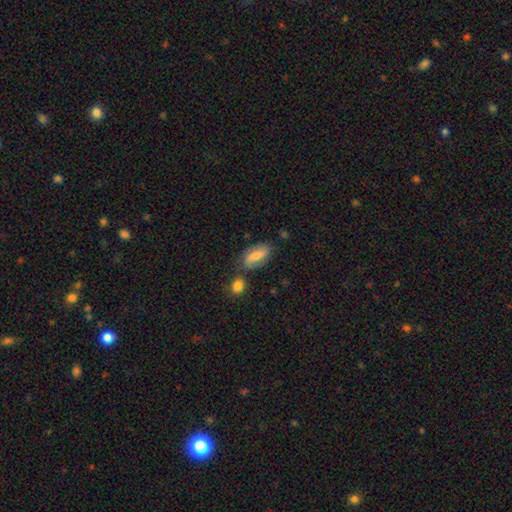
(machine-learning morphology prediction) Q: Smooth or featured?
A: smooth (60%); runner-up: featured or disk (31%)
Q: How rounded?
A: in between (83%); runner-up: cigar-shaped (12%)
Q: Merging?
A: none (68%); runner-up: minor disturbance (18%)